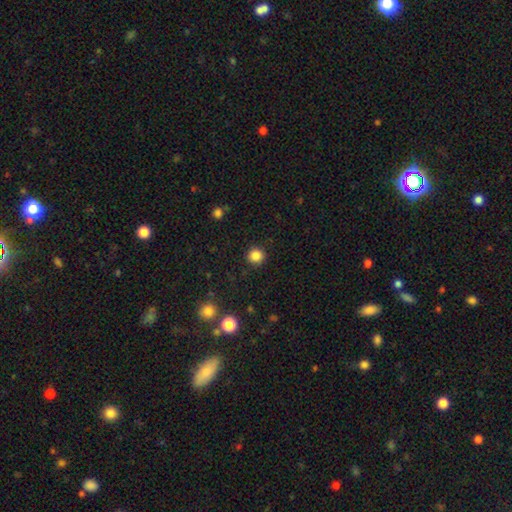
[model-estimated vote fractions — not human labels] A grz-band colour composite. It shows a smooth galaxy with no disk features (85%) that is round (94%). Merging: none (91%).